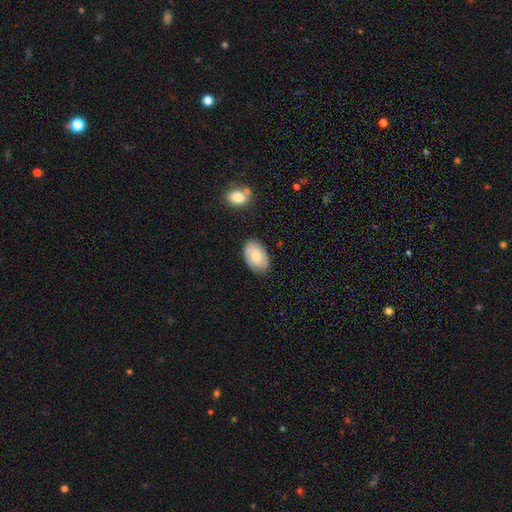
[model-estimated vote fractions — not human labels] smooth-or-featured: smooth: 70% | featured or disk: 23% | star or artifact: 7%
  how-rounded: in between: 91% | round: 8% | cigar-shaped: 1%
  merging: none: 80% | minor disturbance: 15% | major disturbance: 3% | merger: 2%